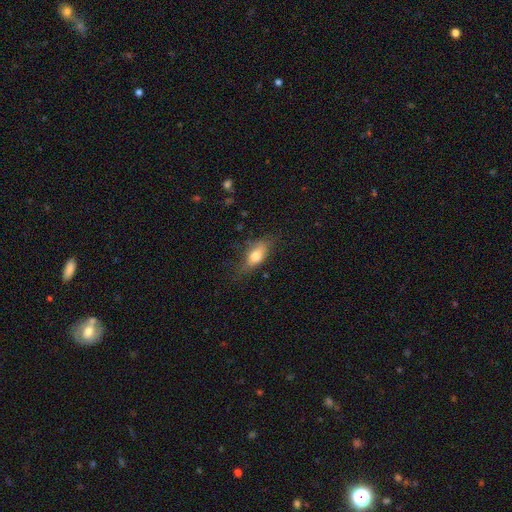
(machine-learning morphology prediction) The model was most divided on "merging": none: 54%, minor disturbance: 29%, major disturbance: 15%, merger: 2%. More confident: how rounded — in between (78%); smooth or featured — smooth (71%).